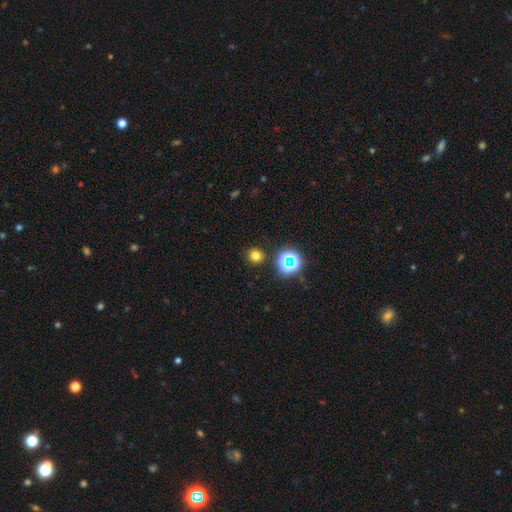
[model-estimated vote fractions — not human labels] A smooth galaxy with no disk features (73%) that is round (93%).

Vote fractions:
- Smooth or featured? smooth: 73% / star or artifact: 22% / featured or disk: 6%
- How rounded? round: 93% / in between: 6% / cigar-shaped: 1%
- Merging? none: 90% / minor disturbance: 5% / major disturbance: 2% / merger: 2%